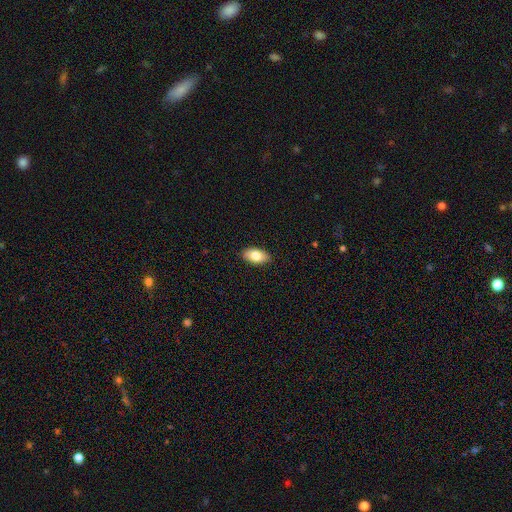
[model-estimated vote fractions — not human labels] This is likely a smooth galaxy (79%). How rounded: clearly in between (93%). Merging: clearly none (89%).